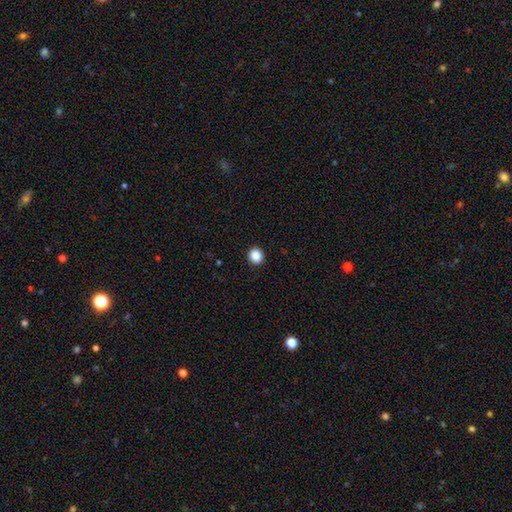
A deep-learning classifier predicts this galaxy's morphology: smooth 88%, star or artifact 10%, featured or disk 2%. Down the decision tree: how rounded — round (91%); merging — none (93%).